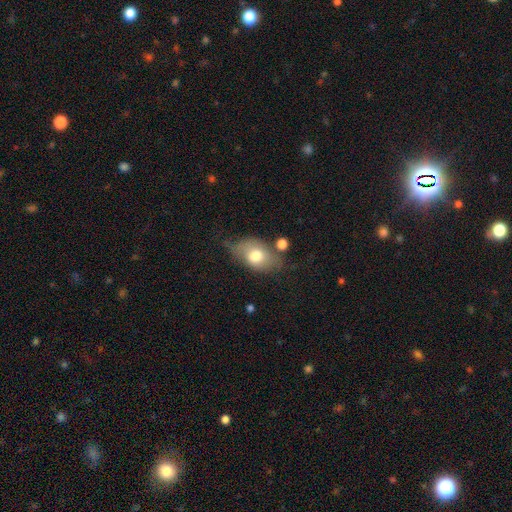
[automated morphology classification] This appears to be a smooth galaxy with no disk features (69%) that is in between round and cigar-shaped (84%). Merging: none (48%).